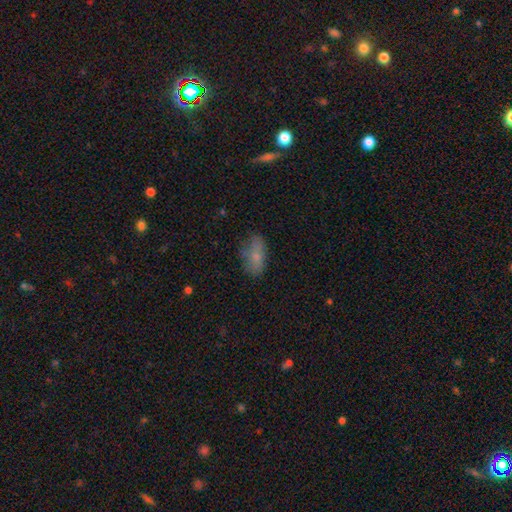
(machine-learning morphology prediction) Smooth or featured: smooth — 77% (featured or disk — 15%)
How rounded: in between — 89% (cigar-shaped — 7%)
Merging: none — 67% (minor disturbance — 24%)